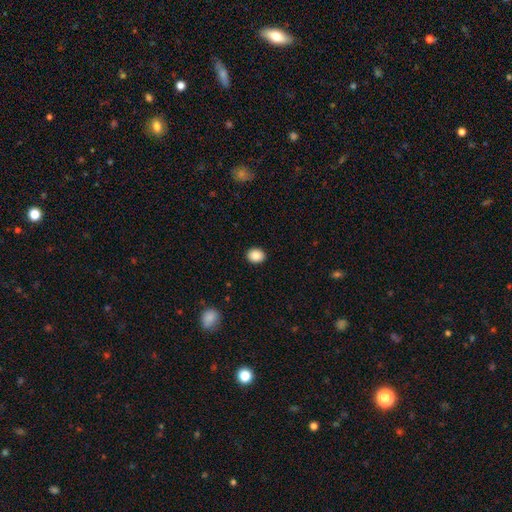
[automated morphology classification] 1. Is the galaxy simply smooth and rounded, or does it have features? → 87% smooth, 9% star or artifact, 4% featured or disk.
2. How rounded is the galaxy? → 60% round, 39% in between, 1% cigar-shaped.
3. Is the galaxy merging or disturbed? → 91% none, 6% minor disturbance, 2% major disturbance, 1% merger.